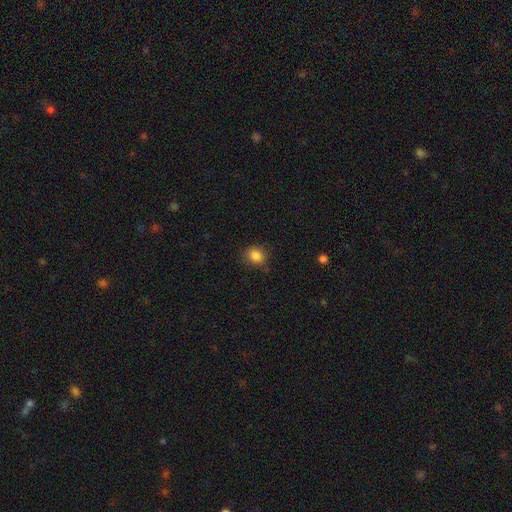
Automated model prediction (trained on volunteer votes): Smooth or featured? smooth (85%)
How rounded? round (60%)
Merging? none (80%)